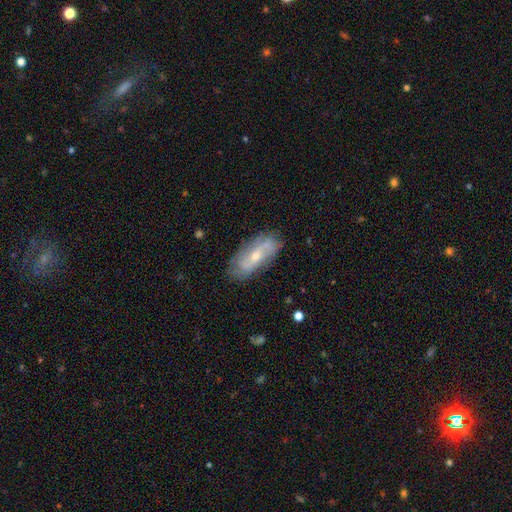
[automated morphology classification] featured or disk 66%, smooth 27%, star or artifact 7%. Down the decision tree: edge-on disk — no (88%); bar — no (55%); spiral arms — yes (82%); bulge size — small (51%); merging — none (76%).